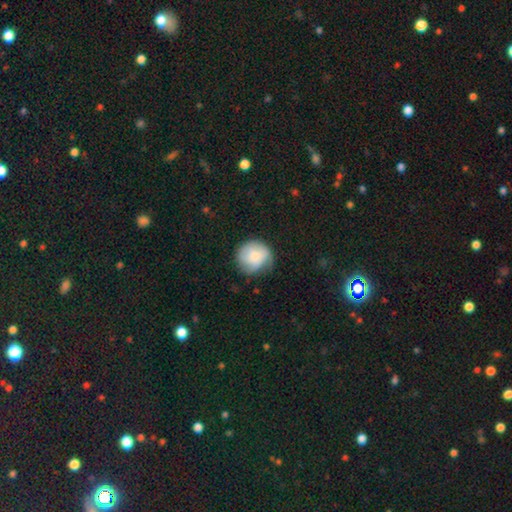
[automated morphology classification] This is likely a smooth galaxy (70%). How rounded: clearly round (89%). Merging: possibly none (59%).